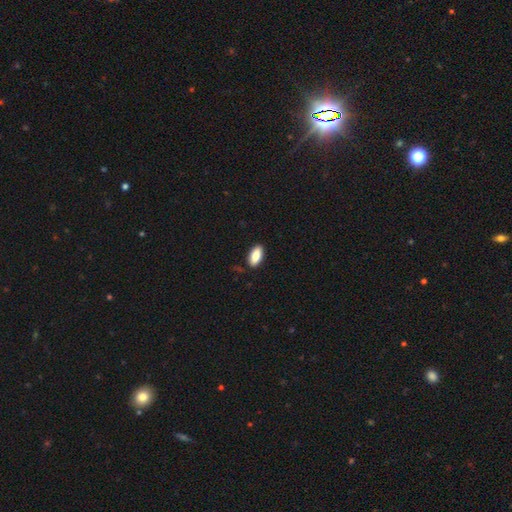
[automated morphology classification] Overall: smooth (85%). How rounded: in between (90%). Merging: none (88%).